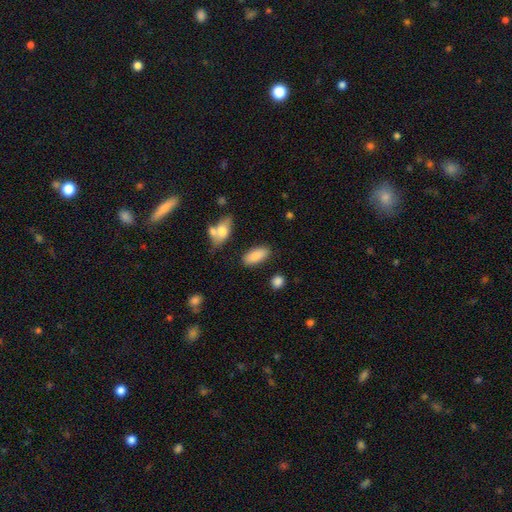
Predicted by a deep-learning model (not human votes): The model was most divided on "merging": none: 82%, minor disturbance: 11%, merger: 4%, major disturbance: 3%. More confident: smooth or featured — smooth (87%); how rounded — in between (86%).